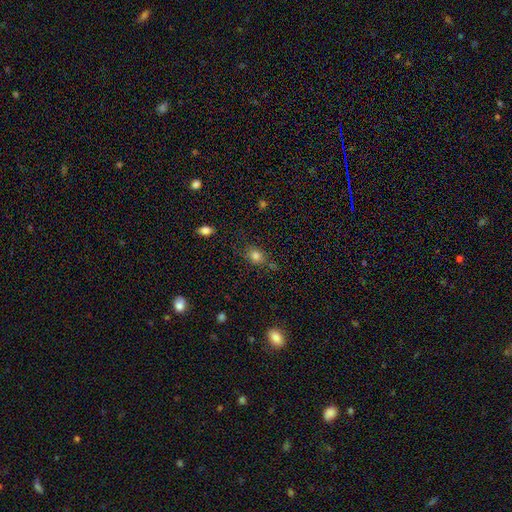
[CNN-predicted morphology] type=smooth (79%); roundness=round (52%); merging=none (71%).